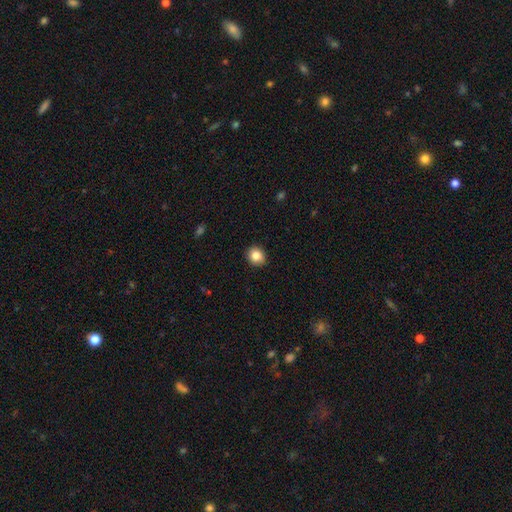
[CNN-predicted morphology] type=smooth (85%); roundness=round (75%); merging=none (89%).